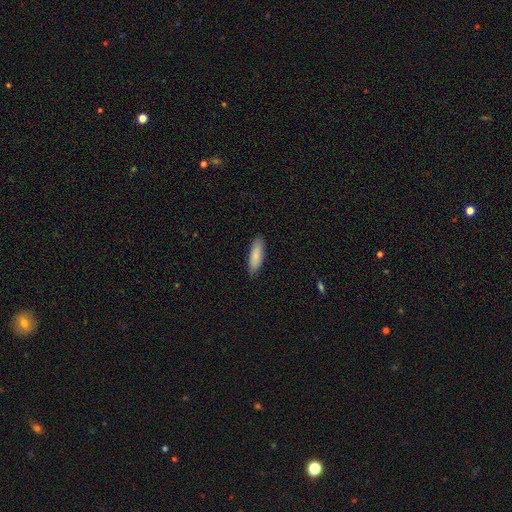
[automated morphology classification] This is clearly a smooth galaxy (86%). How rounded: possibly in between (50%). Merging: clearly none (86%).